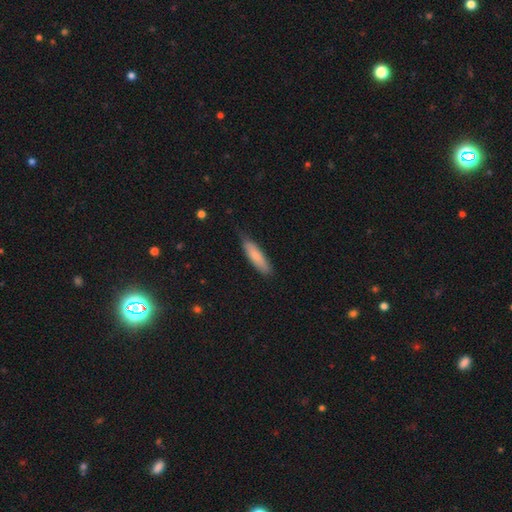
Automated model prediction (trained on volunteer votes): Smooth or featured: smooth — 79% (featured or disk — 15%)
How rounded: cigar-shaped — 71% (in between — 27%)
Merging: none — 74% (minor disturbance — 21%)